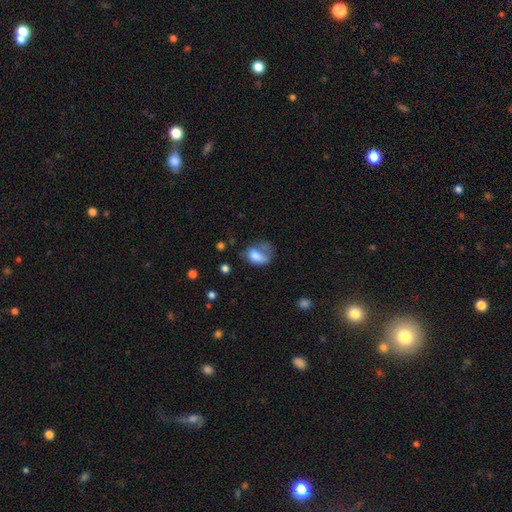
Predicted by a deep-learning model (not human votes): Overall: smooth (70%). How rounded: in between (80%). Merging: major disturbance (43%; minor disturbance 26%).